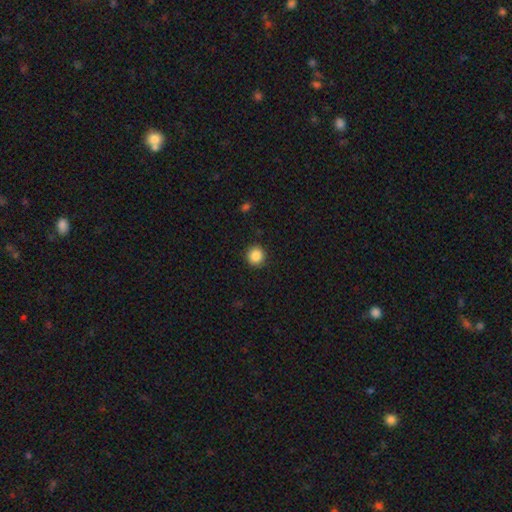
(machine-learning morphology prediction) This appears to be a smooth galaxy with no disk features (87%) that is round (94%). Merging: none (92%).